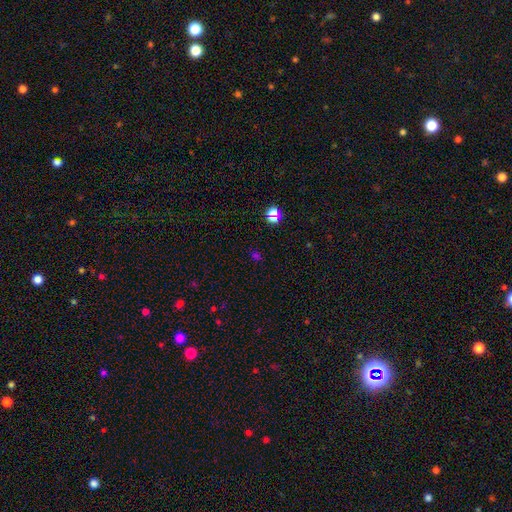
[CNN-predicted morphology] The model was most divided on "smooth or featured": star or artifact: 48%, smooth: 45%, featured or disk: 7%.